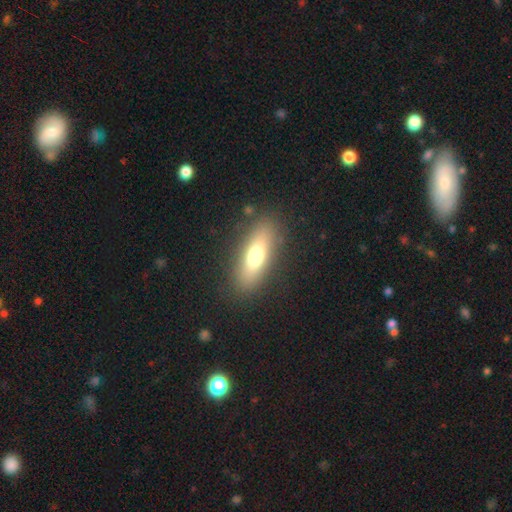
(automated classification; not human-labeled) smooth-or-featured: smooth: 68% | featured or disk: 23% | star or artifact: 8%
  how-rounded: in between: 62% | cigar-shaped: 35% | round: 4%
  merging: none: 86% | minor disturbance: 9% | major disturbance: 3% | merger: 1%